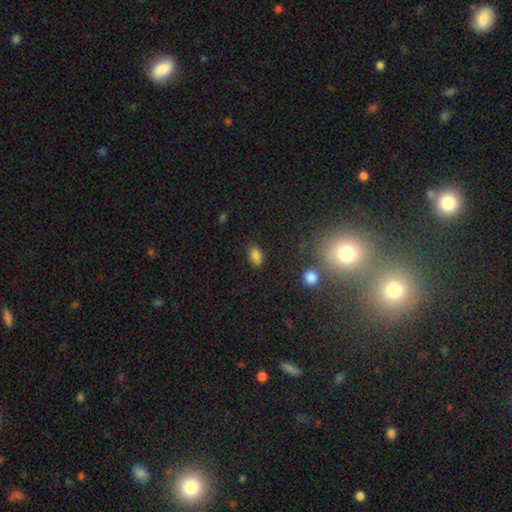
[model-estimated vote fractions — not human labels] smooth_or_featured: smooth (p=0.82) [alt: star or artifact p=0.12]
how_rounded: in between (p=0.85) [alt: round p=0.13]
merging: none (p=0.83) [alt: minor disturbance p=0.11]